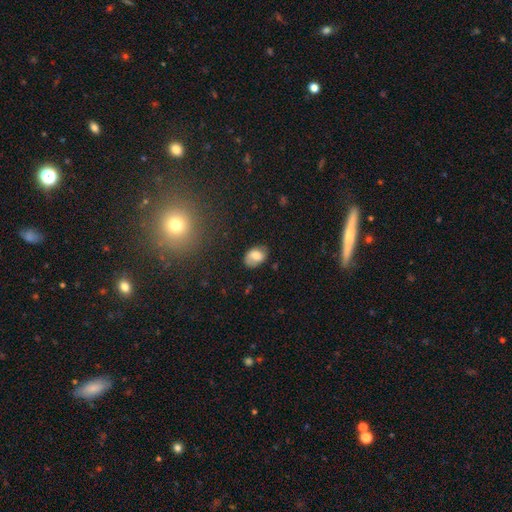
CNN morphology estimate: A smooth galaxy with no disk features (68%) that is in between round and cigar-shaped (80%).

Vote fractions:
- Smooth or featured? smooth: 68% / featured or disk: 23% / star or artifact: 9%
- How rounded? in between: 80% / round: 18% / cigar-shaped: 1%
- Merging? none: 64% / minor disturbance: 26% / major disturbance: 7% / merger: 2%